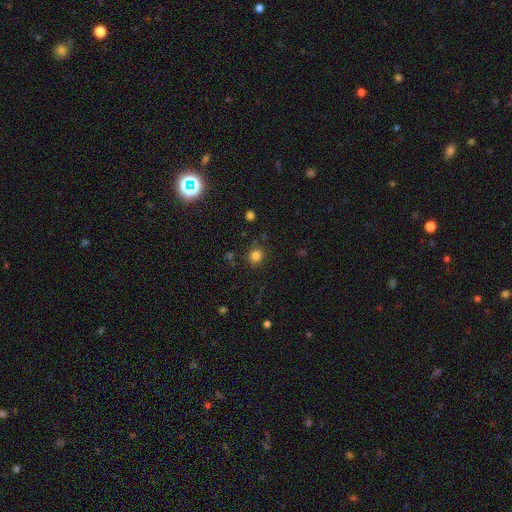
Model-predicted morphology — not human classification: Smooth or featured?
  - smooth: 81% *
  - star or artifact: 14%
  - featured or disk: 5%
How rounded?
  - round: 89% *
  - in between: 10%
  - cigar-shaped: 1%
Merging?
  - none: 84% *
  - minor disturbance: 10%
  - major disturbance: 3%
  - merger: 3%